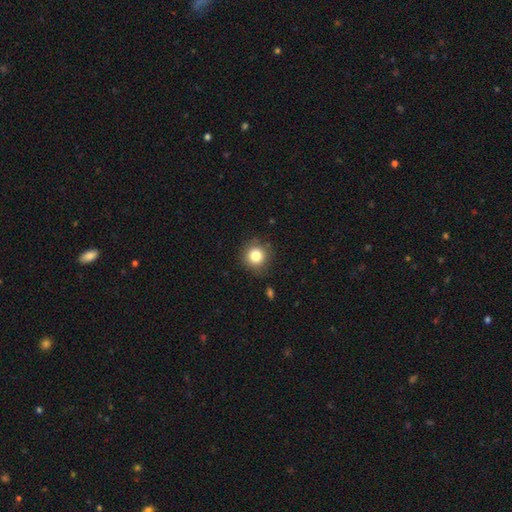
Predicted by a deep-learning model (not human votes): This is clearly a smooth galaxy (82%). How rounded: clearly round (91%). Merging: clearly none (85%).